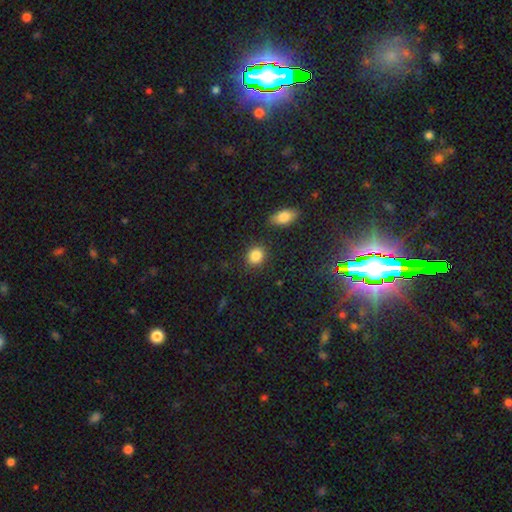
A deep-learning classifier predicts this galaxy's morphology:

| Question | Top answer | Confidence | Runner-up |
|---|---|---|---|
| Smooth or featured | smooth | 86% | star or artifact (9%) |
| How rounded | round | 60% | in between (38%) |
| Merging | none | 83% | minor disturbance (10%) |